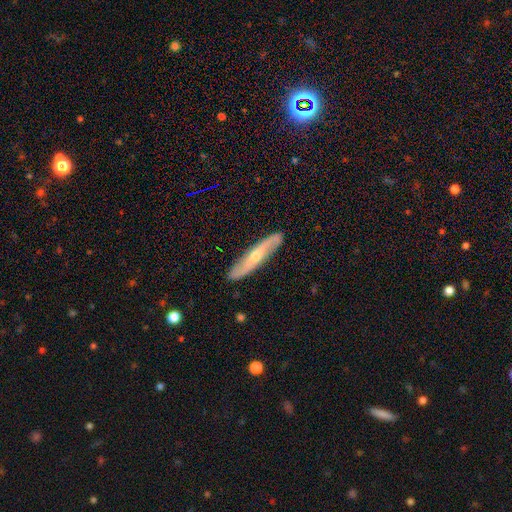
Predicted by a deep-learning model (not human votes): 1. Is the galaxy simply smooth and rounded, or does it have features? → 68% featured or disk, 27% smooth, 5% star or artifact.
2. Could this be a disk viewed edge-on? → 50% no (tied), 50% yes (tied).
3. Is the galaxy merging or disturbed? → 88% none, 9% minor disturbance, 2% major disturbance, 1% merger.